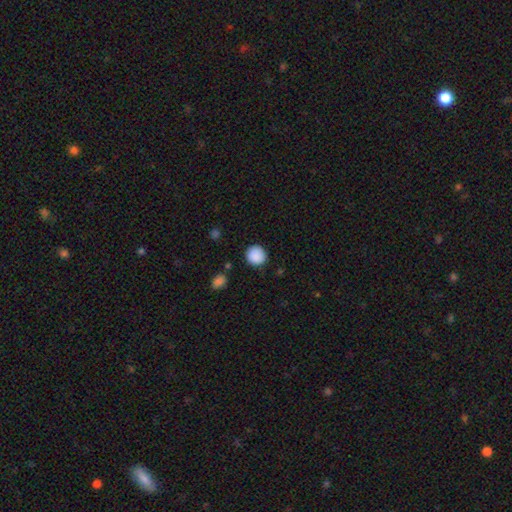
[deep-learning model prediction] Morphology: type=smooth (89%); roundness=round (91%); merging=none (87%).